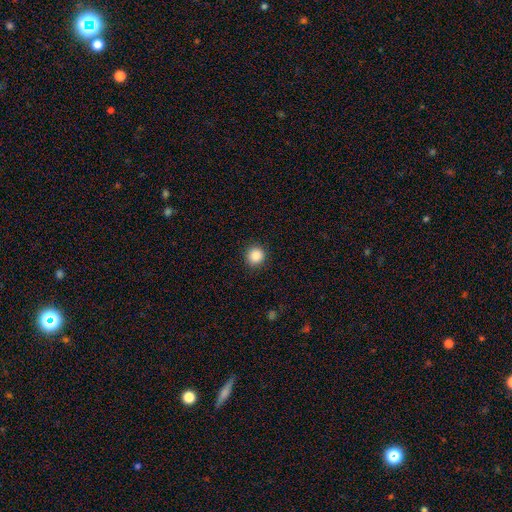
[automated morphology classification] A smooth galaxy with no disk features (88%) that is round (94%).

Vote fractions:
- Smooth or featured? smooth: 88% / star or artifact: 10% / featured or disk: 3%
- How rounded? round: 94% / in between: 6% / cigar-shaped: 1%
- Merging? none: 91% / minor disturbance: 6% / major disturbance: 2% / merger: 1%